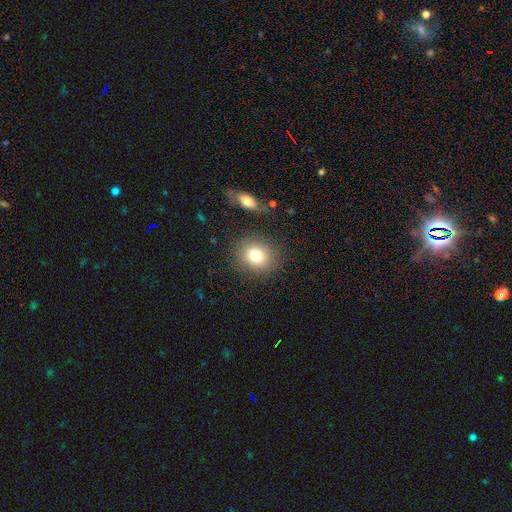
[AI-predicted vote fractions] This appears to be a smooth galaxy with no disk features (78%) that is round (75%). Merging: none (84%).